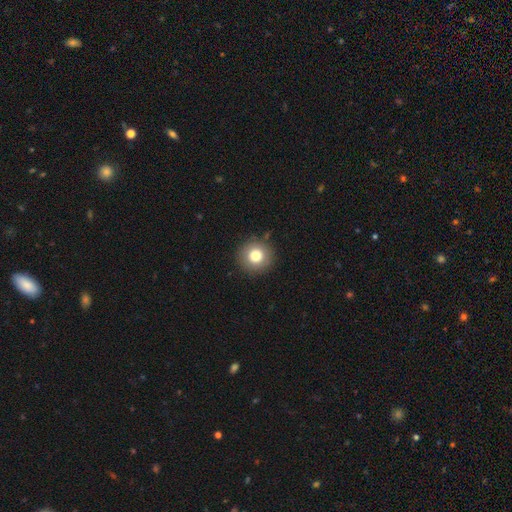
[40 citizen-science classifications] This appears to be a smooth galaxy with no disk features (78%) that is round (97%). Merging: none (95%).